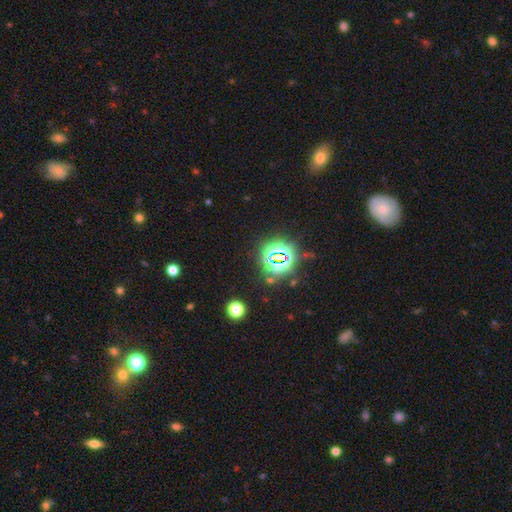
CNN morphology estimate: type=star or artifact (78%).